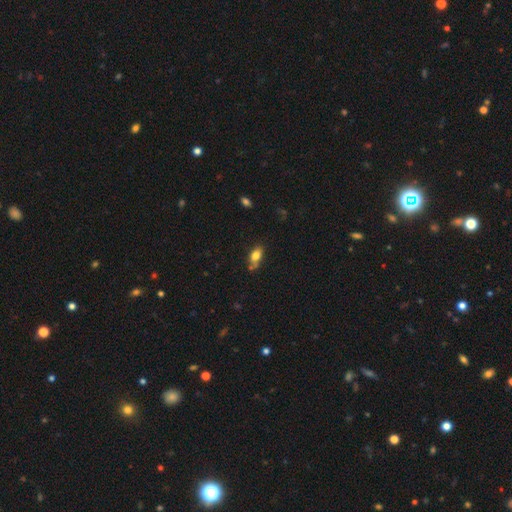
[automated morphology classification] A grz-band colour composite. It shows a smooth galaxy with no disk features (78%) that is in between round and cigar-shaped (85%). Merging: none (58%).